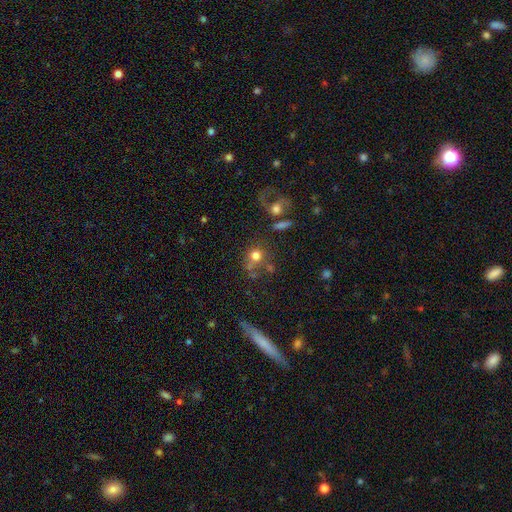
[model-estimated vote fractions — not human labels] smooth_or_featured: smooth (p=0.71) [alt: star or artifact p=0.15]
how_rounded: round (p=0.84) [alt: in between p=0.14]
merging: none (p=0.51) [alt: merger p=0.22]